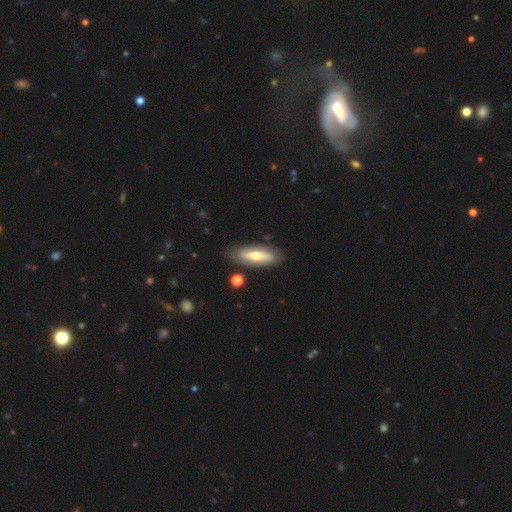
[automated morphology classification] A smooth galaxy with no disk features (47%, tied with featured or disk). Merging: none (83%).